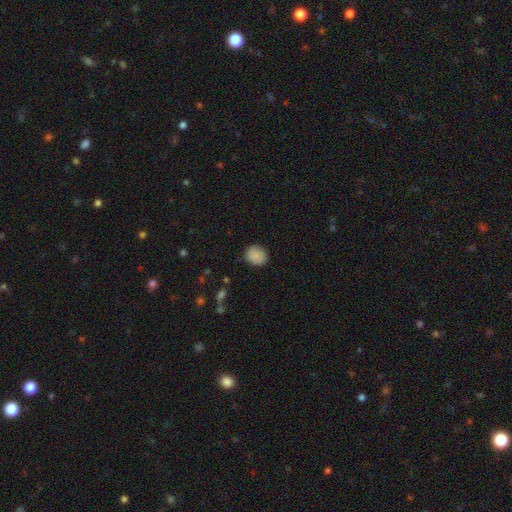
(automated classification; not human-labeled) smooth 88%, star or artifact 8%, featured or disk 4%. Down the decision tree: how rounded — round (78%); merging — none (87%).